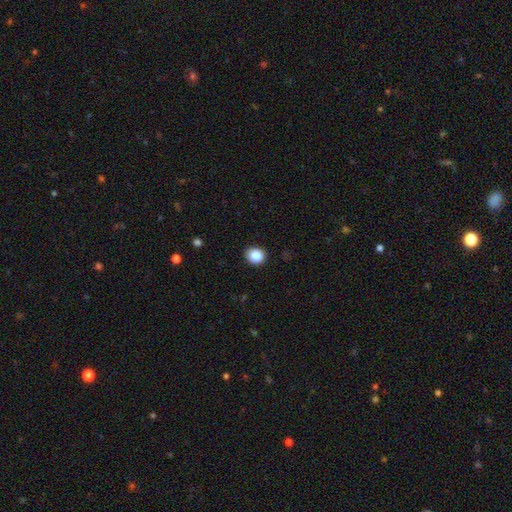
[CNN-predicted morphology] Smooth or featured?
  - smooth: 86% *
  - star or artifact: 10%
  - featured or disk: 4%
How rounded?
  - round: 80% *
  - in between: 19%
  - cigar-shaped: 1%
Merging?
  - none: 91% *
  - minor disturbance: 6%
  - major disturbance: 2%
  - merger: 1%